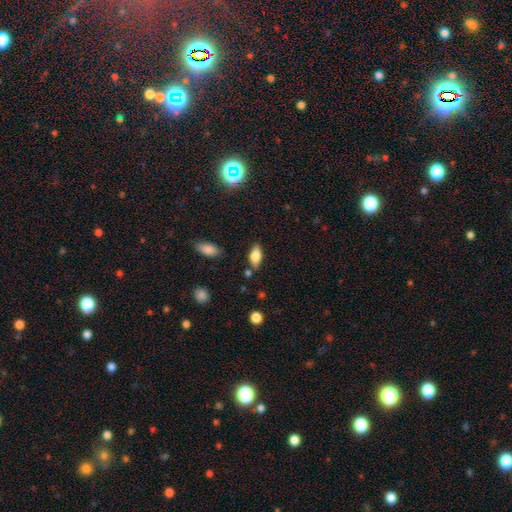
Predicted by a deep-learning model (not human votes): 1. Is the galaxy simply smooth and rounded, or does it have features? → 74% smooth, 18% featured or disk, 8% star or artifact.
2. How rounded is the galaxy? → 83% in between, 14% cigar-shaped, 3% round.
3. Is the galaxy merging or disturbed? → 78% none, 15% minor disturbance, 4% merger, 3% major disturbance.